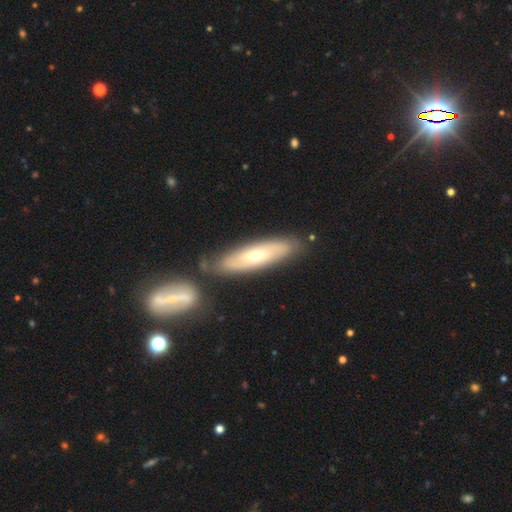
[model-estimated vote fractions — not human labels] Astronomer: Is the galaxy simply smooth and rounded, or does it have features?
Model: featured or disk — 54% (runner-up: smooth, 40%).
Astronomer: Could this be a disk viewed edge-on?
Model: no — 60% (runner-up: yes, 40%).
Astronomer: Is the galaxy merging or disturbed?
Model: none — 72%.